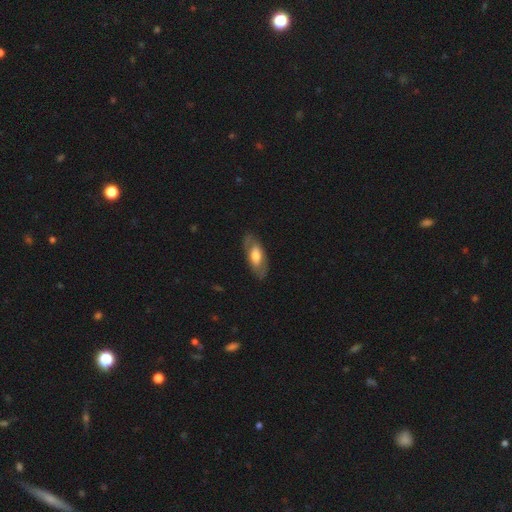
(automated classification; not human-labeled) smooth-or-featured: smooth: 48% | featured or disk: 47% | star or artifact: 5%
  merging: none: 80% | minor disturbance: 14% | major disturbance: 5% | merger: 1%